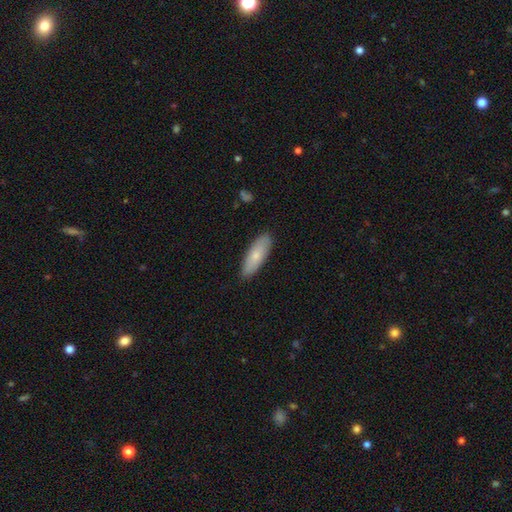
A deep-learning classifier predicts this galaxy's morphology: A smooth galaxy with no disk features (74%) that is in between round and cigar-shaped (61%).

Vote fractions:
- Smooth or featured? smooth: 74% / featured or disk: 20% / star or artifact: 6%
- How rounded? in between: 61% / cigar-shaped: 37% / round: 2%
- Merging? none: 88% / minor disturbance: 10% / major disturbance: 2% / merger: 1%